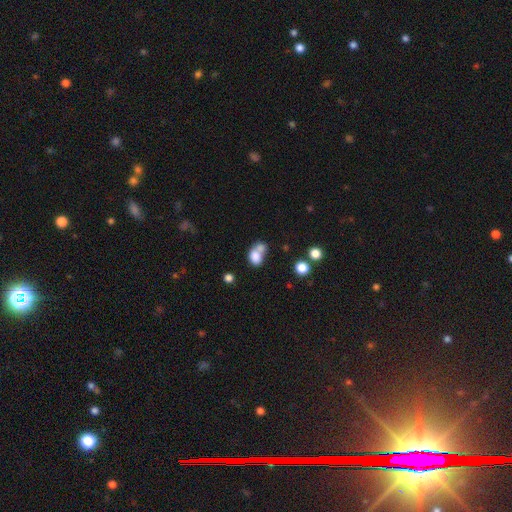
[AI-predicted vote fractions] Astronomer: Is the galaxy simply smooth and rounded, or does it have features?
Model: smooth — 78%.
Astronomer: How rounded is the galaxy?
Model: in between — 65%.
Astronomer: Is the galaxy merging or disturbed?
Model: merger — 57%.